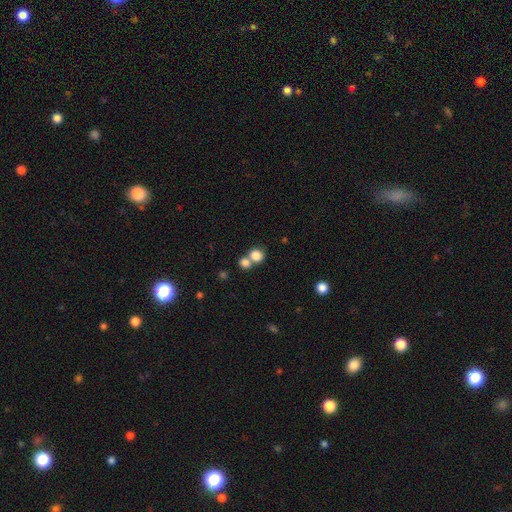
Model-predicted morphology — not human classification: This appears to be a smooth galaxy with no disk features (82%) that is round (71%). Merging: merger (48%).